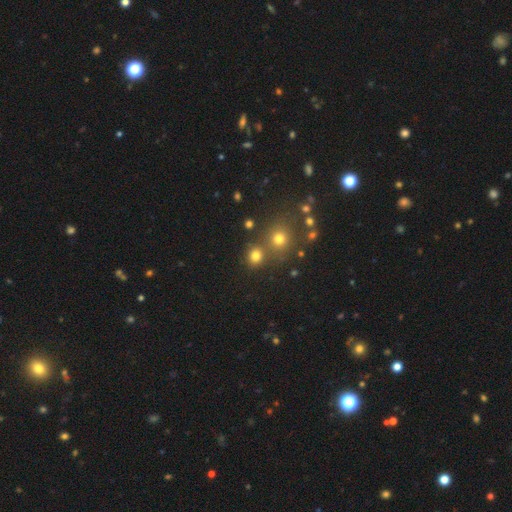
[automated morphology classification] Smooth or featured?
  - smooth: 76% *
  - star or artifact: 18%
  - featured or disk: 6%
How rounded?
  - round: 84% *
  - in between: 15%
  - cigar-shaped: 1%
Merging?
  - none: 71% *
  - merger: 18%
  - minor disturbance: 8%
  - major disturbance: 3%